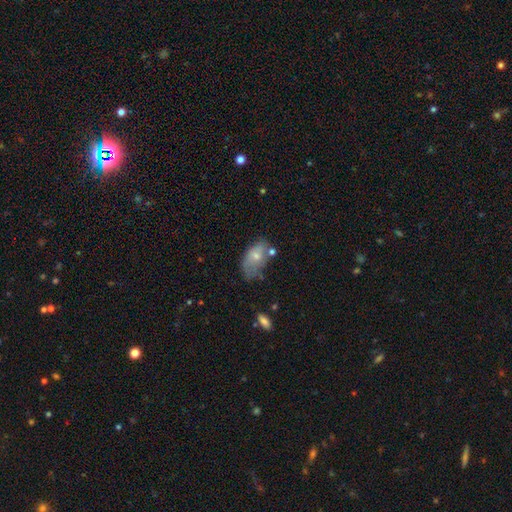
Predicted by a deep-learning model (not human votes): The model was most divided on "merging": none: 38%, minor disturbance: 33%, major disturbance: 18%, merger: 11%. More confident: how rounded — in between (91%); smooth or featured — smooth (63%).